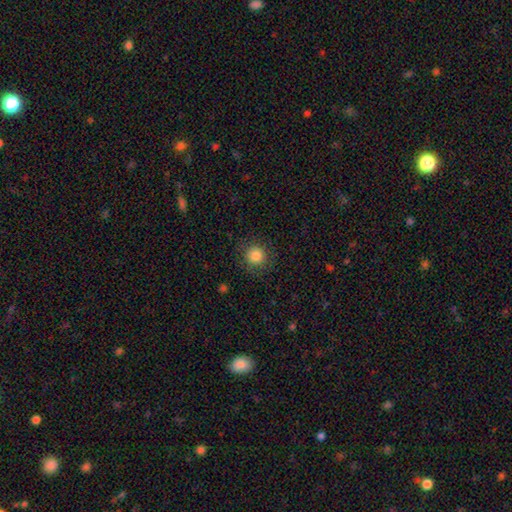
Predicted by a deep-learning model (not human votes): Smooth or featured? smooth (84%)
How rounded? round (94%)
Merging? none (88%)